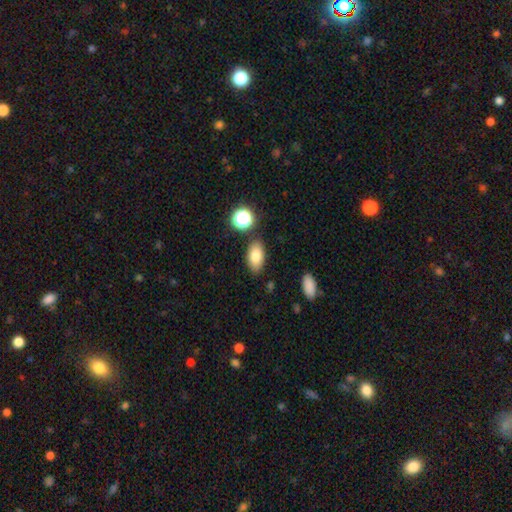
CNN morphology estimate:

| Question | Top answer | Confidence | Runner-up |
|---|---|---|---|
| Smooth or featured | smooth | 81% | featured or disk (10%) |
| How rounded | in between | 91% | round (6%) |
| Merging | none | 82% | minor disturbance (11%) |